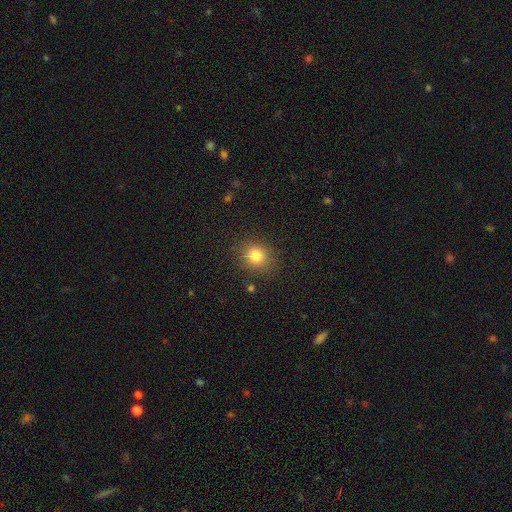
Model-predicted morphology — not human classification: smooth_or_featured: smooth (p=0.82) [alt: star or artifact p=0.12]
how_rounded: round (p=0.75) [alt: in between p=0.24]
merging: none (p=0.85) [alt: minor disturbance p=0.10]